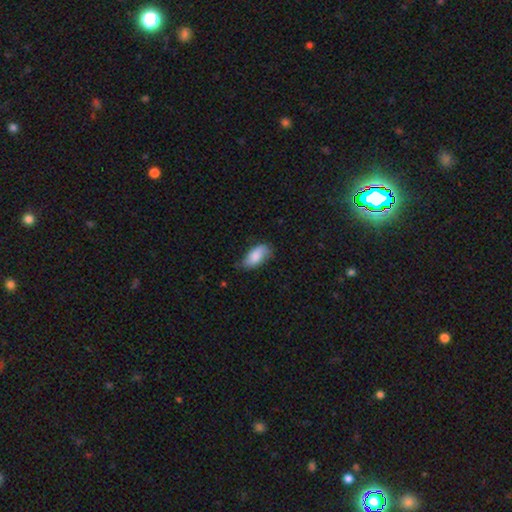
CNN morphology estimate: A smooth galaxy with no disk features (78%) that is in between round and cigar-shaped (91%).

Vote fractions:
- Smooth or featured? smooth: 78% / featured or disk: 16% / star or artifact: 7%
- How rounded? in between: 91% / cigar-shaped: 6% / round: 3%
- Merging? none: 61% / minor disturbance: 32% / major disturbance: 6% / merger: 2%